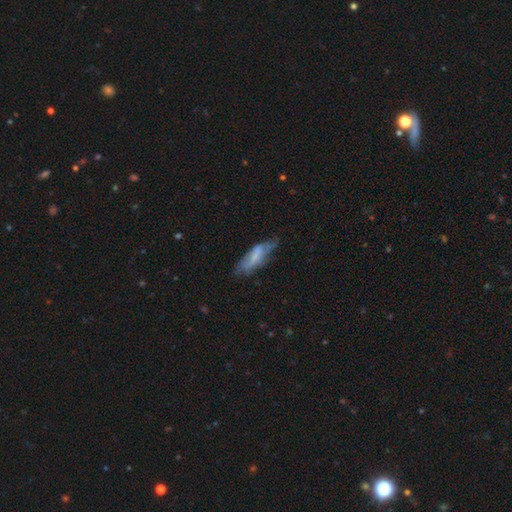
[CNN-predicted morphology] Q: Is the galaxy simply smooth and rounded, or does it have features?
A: smooth — 50%.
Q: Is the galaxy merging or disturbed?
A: none — 48%.